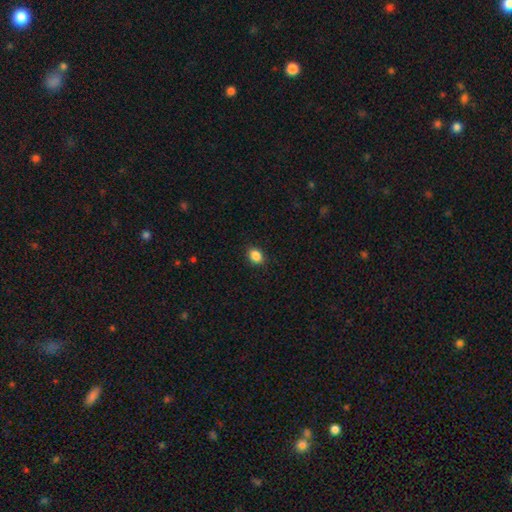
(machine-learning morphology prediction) smooth-or-featured: smooth: 87% | star or artifact: 10% | featured or disk: 3%
  how-rounded: in between: 57% | round: 42% | cigar-shaped: 1%
  merging: none: 88% | minor disturbance: 9% | major disturbance: 2% | merger: 1%